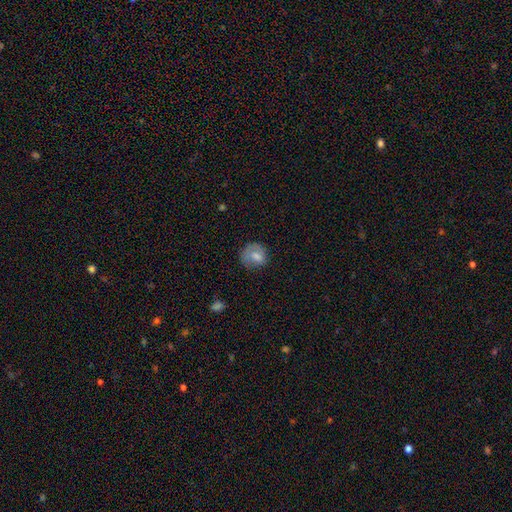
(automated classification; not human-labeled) smooth-or-featured: smooth: 69% | featured or disk: 23% | star or artifact: 9%
  how-rounded: round: 73% | in between: 26% | cigar-shaped: 1%
  merging: none: 59% | minor disturbance: 25% | major disturbance: 15% | merger: 2%